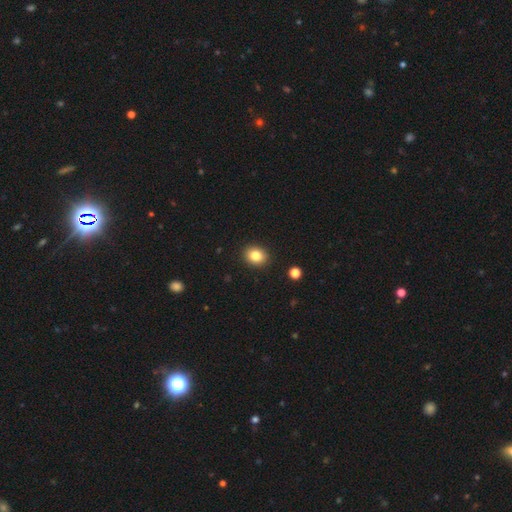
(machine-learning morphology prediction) Overall: smooth (83%). How rounded: round (57%; in between 42%). Merging: none (91%).